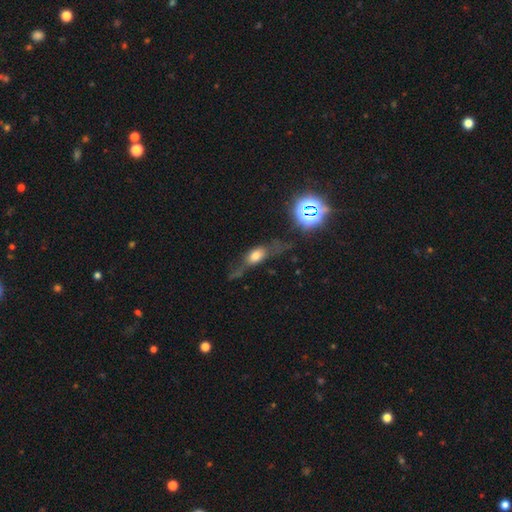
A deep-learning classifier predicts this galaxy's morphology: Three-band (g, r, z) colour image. It shows a smooth galaxy with no disk features (53%) that is in between round and cigar-shaped (65%). Merging: none (42%).